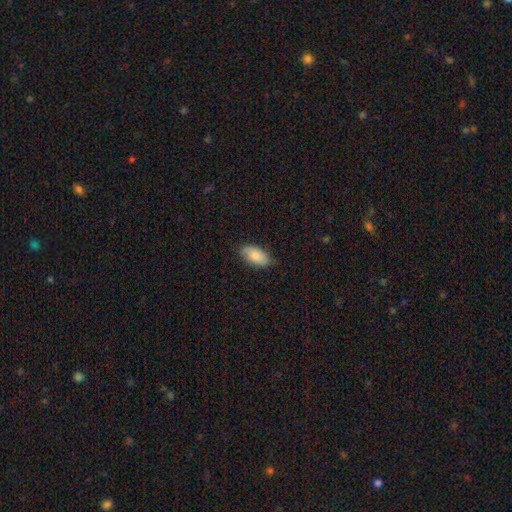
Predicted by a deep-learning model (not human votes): smooth-or-featured: smooth: 82% | featured or disk: 12% | star or artifact: 6%
  how-rounded: in between: 93% | cigar-shaped: 4% | round: 3%
  merging: none: 82% | minor disturbance: 14% | major disturbance: 2% | merger: 1%